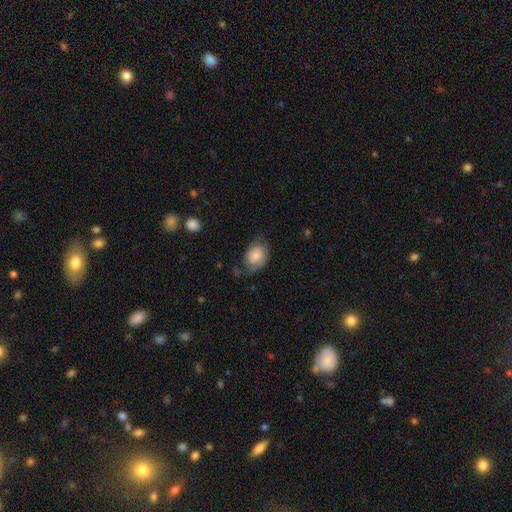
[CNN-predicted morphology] The model was most divided on "smooth or featured": smooth: 52%, featured or disk: 41%, star or artifact: 8%. More confident: how rounded — in between (69%); merging — none (51%).